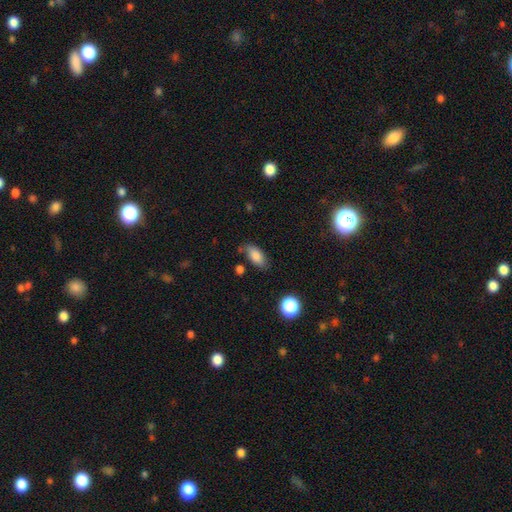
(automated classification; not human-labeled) Morphology: type=smooth (82%); roundness=in between (87%); merging=none (75%).